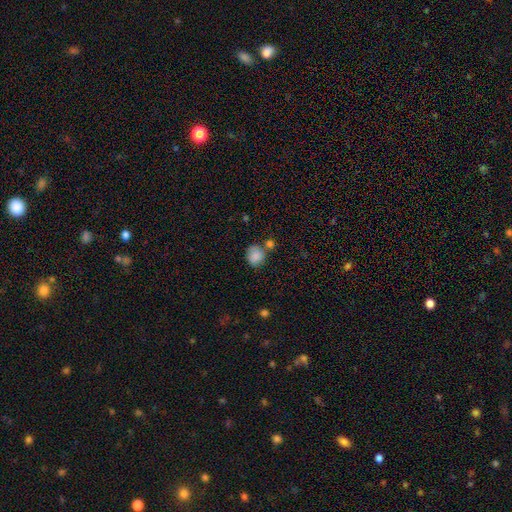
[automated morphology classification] This appears to be a smooth galaxy with no disk features (85%) that is round (73%). Merging: none (61%).